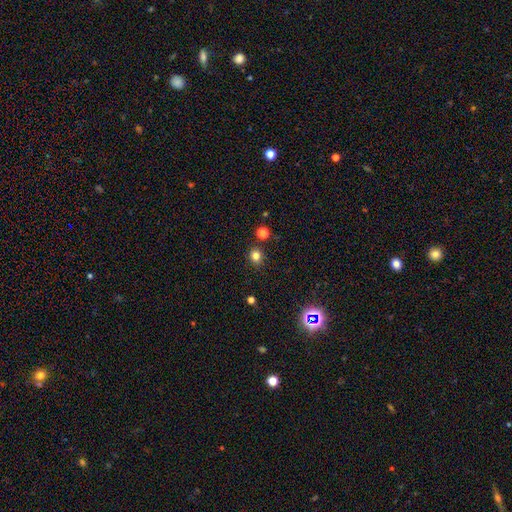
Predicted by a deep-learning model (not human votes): Q: Smooth or featured?
A: smooth (78%); runner-up: star or artifact (16%)
Q: How rounded?
A: round (82%); runner-up: in between (17%)
Q: Merging?
A: none (86%); runner-up: minor disturbance (8%)